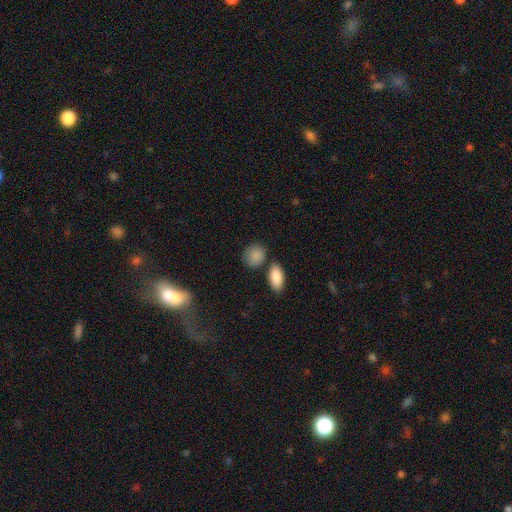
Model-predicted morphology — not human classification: Q: Smooth or featured?
A: smooth (88%); runner-up: star or artifact (7%)
Q: How rounded?
A: round (56%); runner-up: in between (42%)
Q: Merging?
A: none (70%); runner-up: minor disturbance (15%)